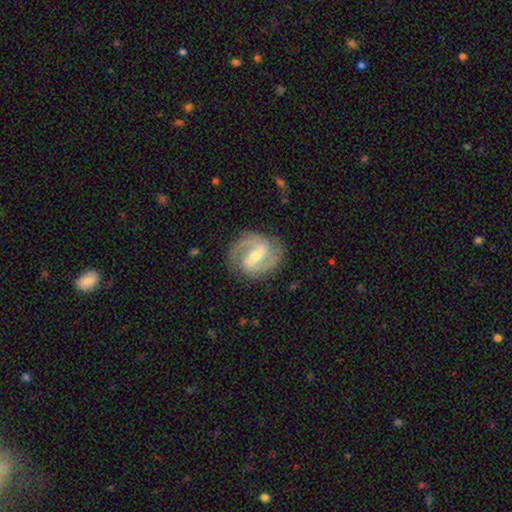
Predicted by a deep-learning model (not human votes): The model was most divided on "bulge size": small: 49%, moderate: 47%, large: 2%, none: 1%, dominant: 1%. Remaining: spiral arms — yes (97%); edge-on disk — no (97%); smooth or featured — featured or disk (90%); spiral arm count — 2 (85%); merging — none (83%); spiral winding — medium (52%); bar — strong (49%).